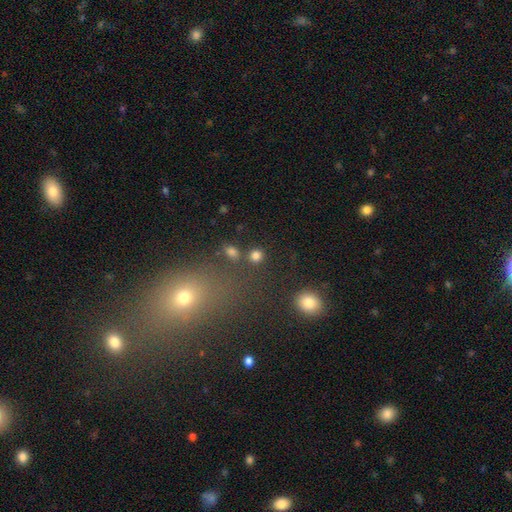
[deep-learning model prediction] This appears to be a smooth galaxy with no disk features (81%) that is round (86%). Merging: none (78%).